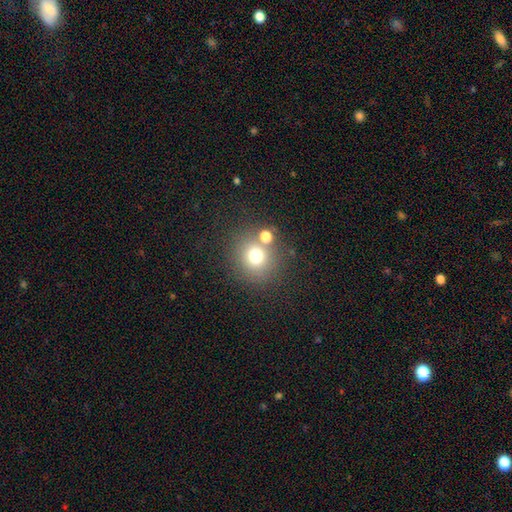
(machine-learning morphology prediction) smooth_or_featured: smooth (p=0.71) [alt: star or artifact p=0.18]
how_rounded: round (p=0.90) [alt: in between p=0.09]
merging: none (p=0.72) [alt: merger p=0.15]